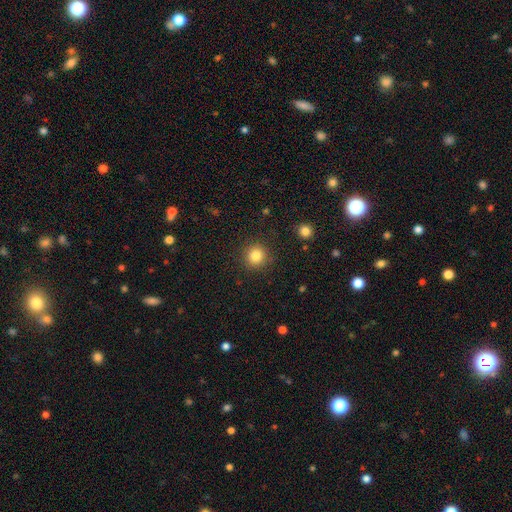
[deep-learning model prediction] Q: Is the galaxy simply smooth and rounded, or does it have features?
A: smooth — 83%.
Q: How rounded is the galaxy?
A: round — 92%.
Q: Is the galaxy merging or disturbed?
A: none — 89%.